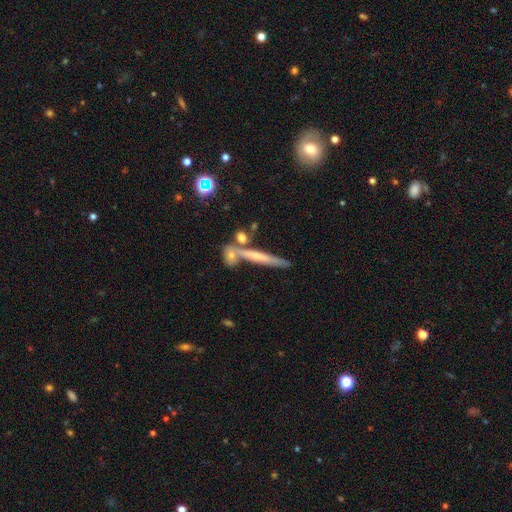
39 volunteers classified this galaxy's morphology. Smooth or featured: featured or disk — 56% (smooth — 33%)
Edge-on disk: yes — 95% (no — 5%)
Edge-on bulge: rounded — 43% (none — 33%)
Merging: none — 66% (merger — 23%)